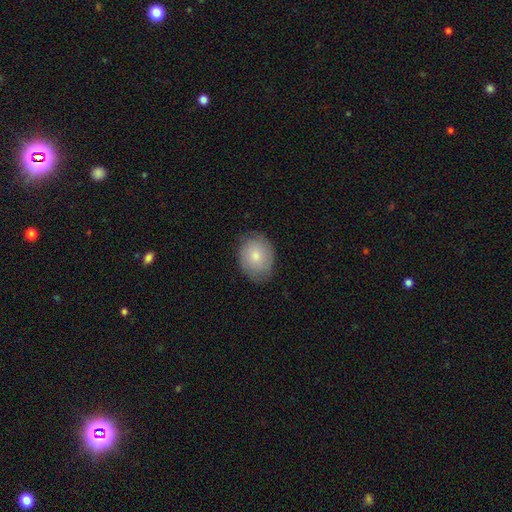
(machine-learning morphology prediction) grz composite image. It shows a smooth galaxy with no disk features (74%) that is in between round and cigar-shaped (56%). Merging: none (76%).